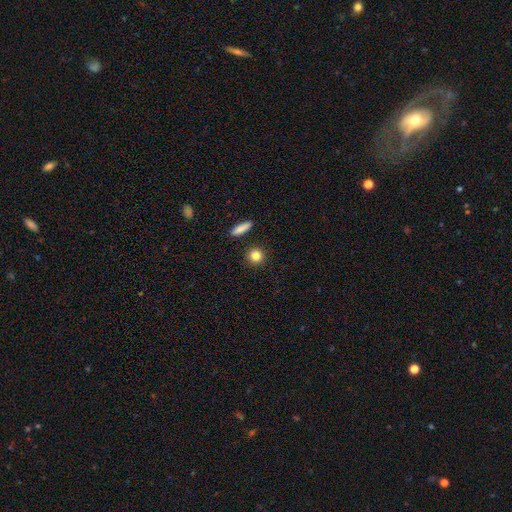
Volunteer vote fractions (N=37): Smooth or featured? smooth (95%)
How rounded? round (71%)
Merging? none (92%)